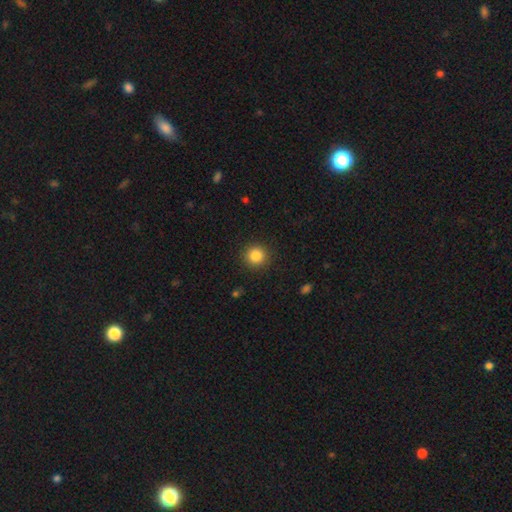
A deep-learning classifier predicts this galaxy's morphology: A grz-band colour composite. It shows a smooth galaxy with no disk features (85%) that is round (94%). Merging: none (91%).